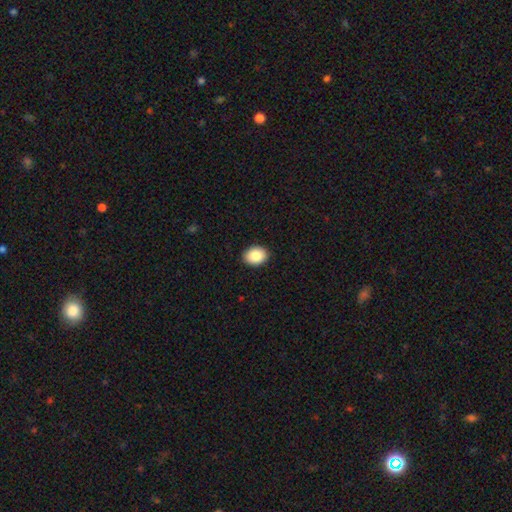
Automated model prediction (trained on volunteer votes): Smooth or featured?
  - smooth: 86% *
  - star or artifact: 8%
  - featured or disk: 7%
How rounded?
  - in between: 62% *
  - round: 37%
  - cigar-shaped: 1%
Merging?
  - none: 91% *
  - minor disturbance: 6%
  - major disturbance: 2%
  - merger: 1%